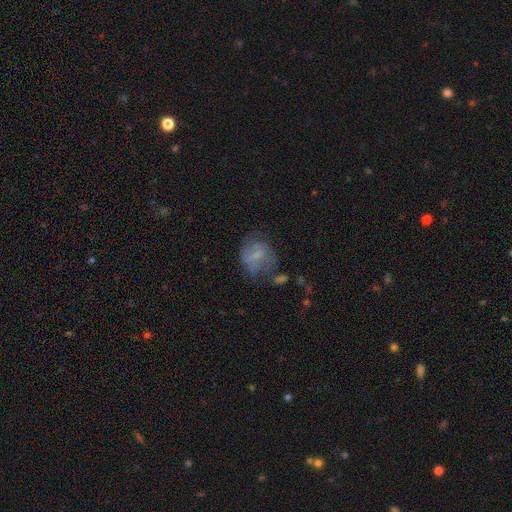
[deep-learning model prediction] The model was most divided on "smooth or featured": smooth: 50%, featured or disk: 41%, star or artifact: 10%. Remaining: merging — none (44%).